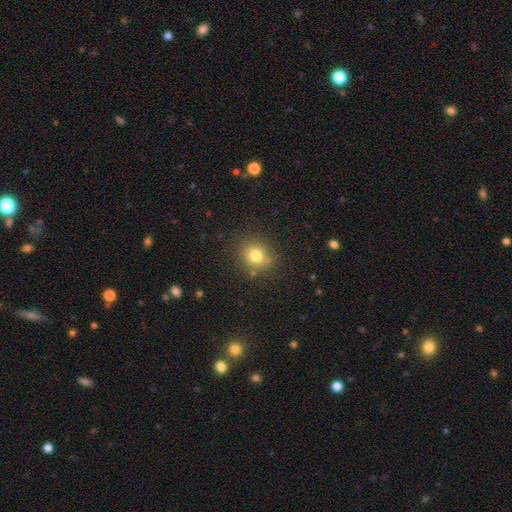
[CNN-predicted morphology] A smooth galaxy with no disk features (78%) that is round (84%). Merging: none (84%).